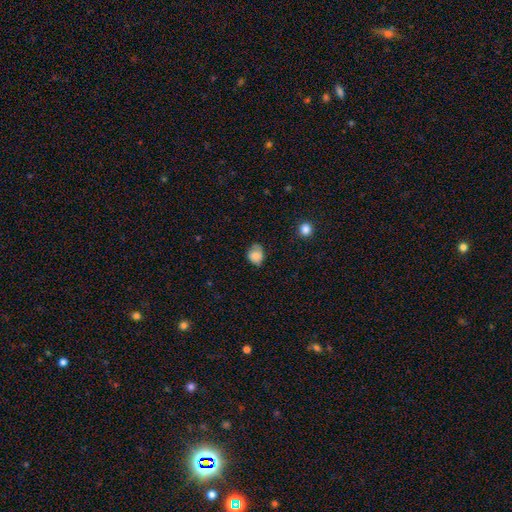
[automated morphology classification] smooth-or-featured: smooth: 80% | featured or disk: 11% | star or artifact: 9%
  how-rounded: round: 53% | in between: 46% | cigar-shaped: 1%
  merging: none: 53% | minor disturbance: 35% | major disturbance: 10% | merger: 2%